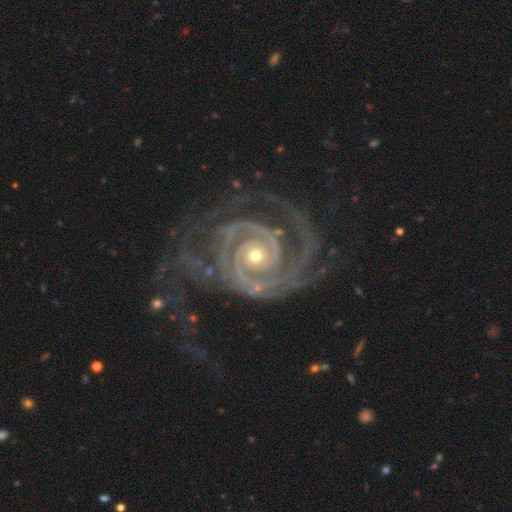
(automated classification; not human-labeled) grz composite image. It shows a featured or disk galaxy (93%) with no bar (76%), 2 (46%) tight (75%) spiral arms (99%) and a small central bulge (52%). Merging: none (63%).